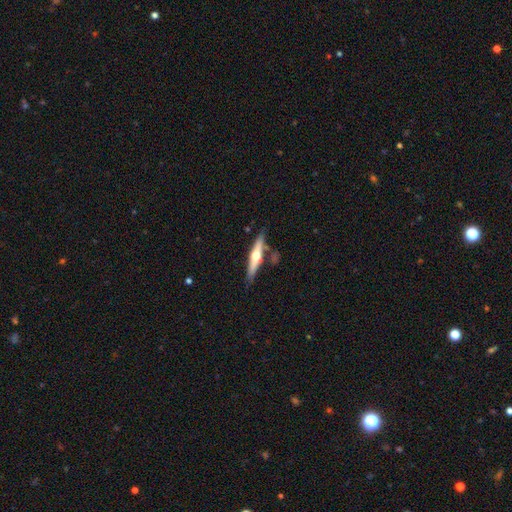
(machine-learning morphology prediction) Smooth or featured: featured or disk — 62% (smooth — 33%)
Edge-on disk: yes — 94% (no — 6%)
Edge-on bulge: rounded — 93% (none — 4%)
Merging: none — 72% (minor disturbance — 15%)